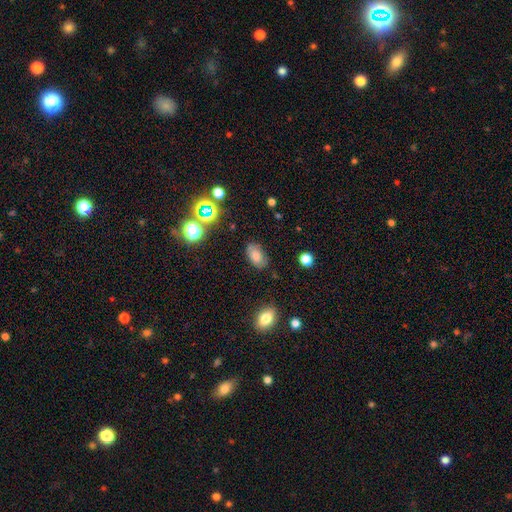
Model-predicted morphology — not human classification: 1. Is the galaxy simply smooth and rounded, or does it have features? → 76% smooth, 12% star or artifact, 11% featured or disk.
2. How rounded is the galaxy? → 91% in between, 7% round, 2% cigar-shaped.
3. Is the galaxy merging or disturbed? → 79% none, 15% minor disturbance, 4% major disturbance, 2% merger.